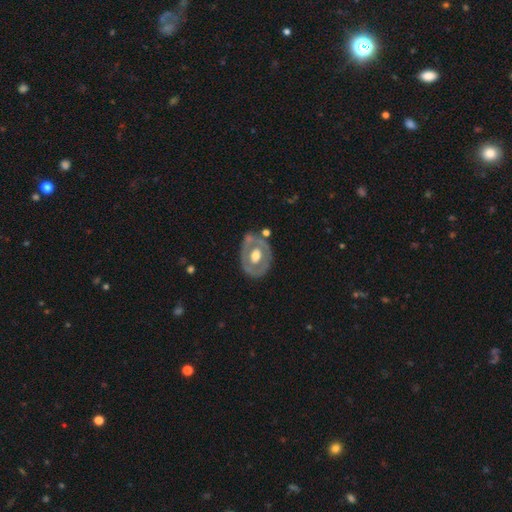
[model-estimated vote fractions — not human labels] Overall: featured or disk (62%; smooth 34%). Edge-on disk: no (93%). Bar: no (80%). Spiral arms: no (84%). Bulge size: moderate (55%; large 37%). Merging: none (70%).